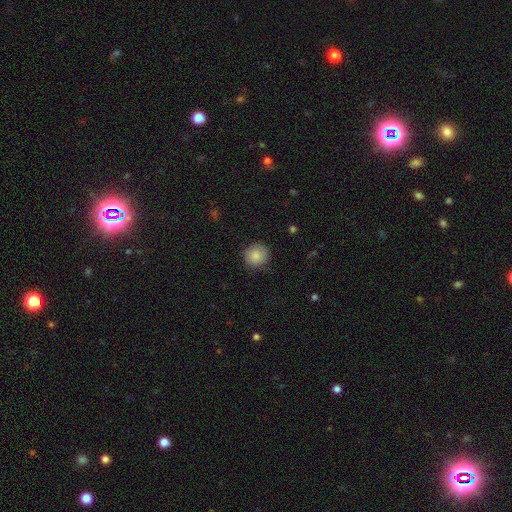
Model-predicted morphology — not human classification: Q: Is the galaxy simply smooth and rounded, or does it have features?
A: smooth — 85%.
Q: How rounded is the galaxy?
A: round — 90%.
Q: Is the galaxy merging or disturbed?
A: none — 79%.